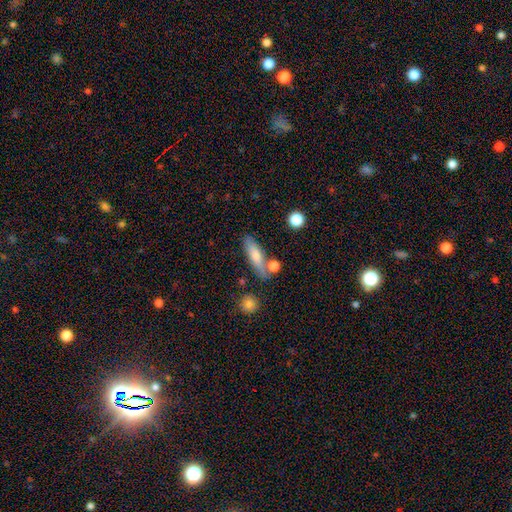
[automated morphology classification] This appears to be a smooth galaxy with no disk features (71%) that is cigar-shaped (62%). Merging: none (67%).